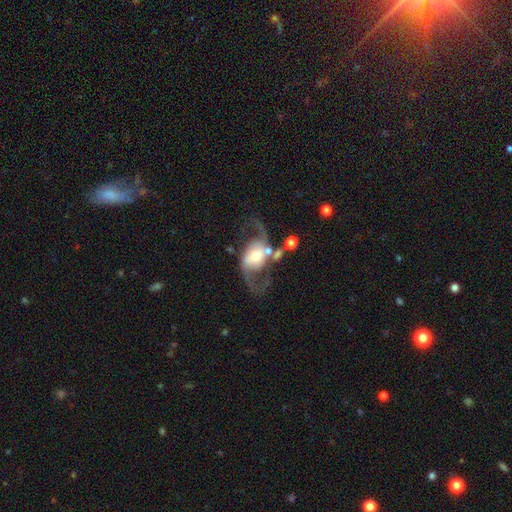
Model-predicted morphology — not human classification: smooth_or_featured: featured or disk (p=0.81) [alt: smooth p=0.13]
disk_edge_on: no (p=0.96) [alt: yes p=0.04]
bar: no (p=0.50) [alt: weak p=0.33]
has_spiral_arms: yes (p=0.92) [alt: no p=0.08]
spiral_winding: loose (p=0.59) [alt: medium p=0.35]
spiral_arm_count: 2 (p=0.91) [alt: can't tell p=0.03]
bulge_size: moderate (p=0.54) [alt: small p=0.22]
merging: none (p=0.55) [alt: major disturbance p=0.19]